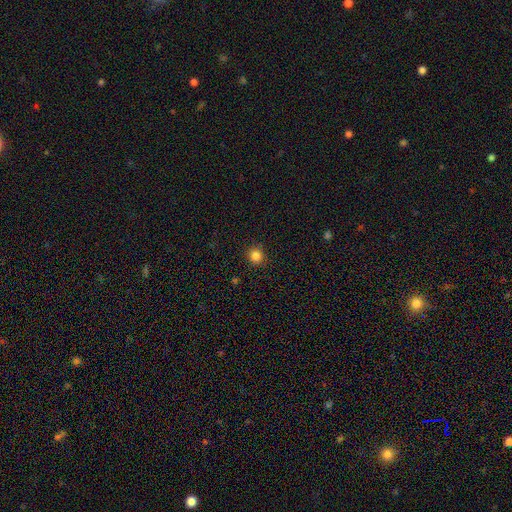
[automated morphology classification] A smooth galaxy with no disk features (84%) that is round (92%). Merging: none (90%).